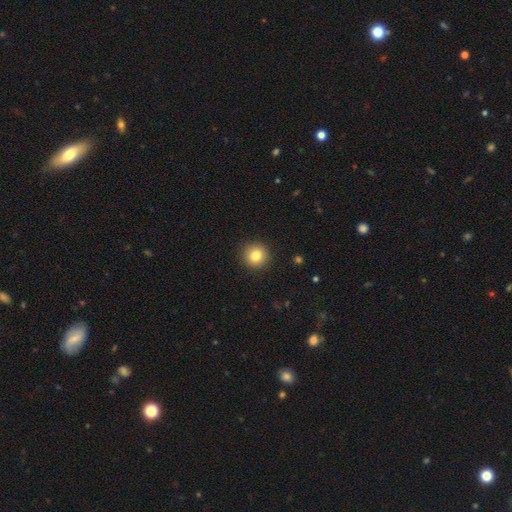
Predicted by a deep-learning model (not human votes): Overall: smooth (82%). How rounded: round (93%). Merging: none (92%).